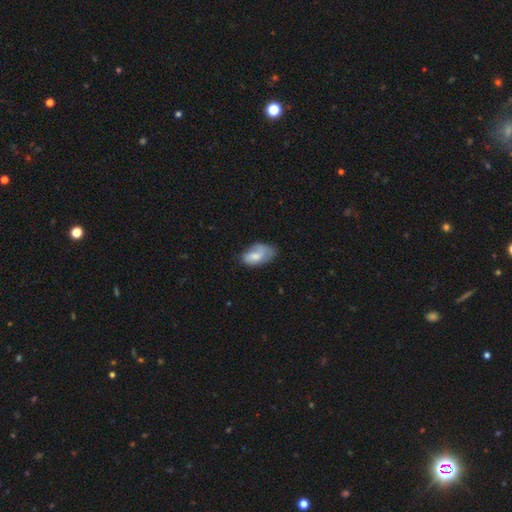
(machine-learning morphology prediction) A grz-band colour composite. It shows a smooth galaxy with no disk features (64%) that is in between round and cigar-shaped (93%). Merging: none (45%).